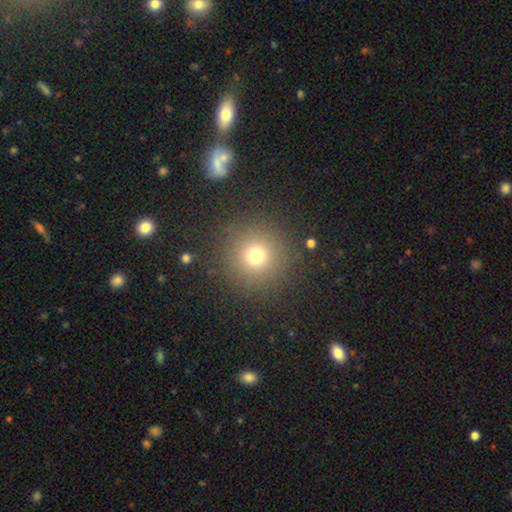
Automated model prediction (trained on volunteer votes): Overall: smooth (72%). How rounded: round (95%). Merging: none (89%).